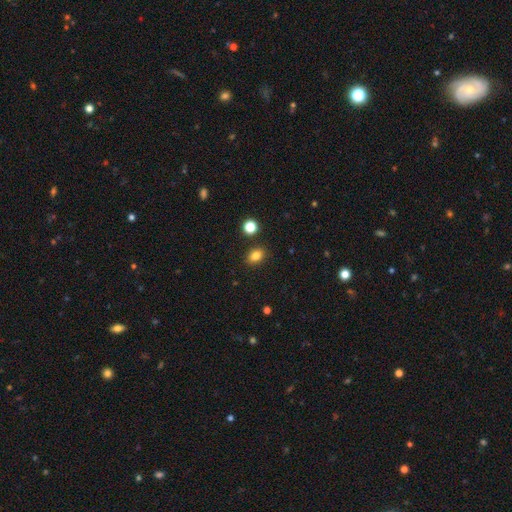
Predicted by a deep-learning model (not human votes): This is clearly a smooth galaxy (83%). How rounded: likely in between (66%). Merging: clearly none (86%).